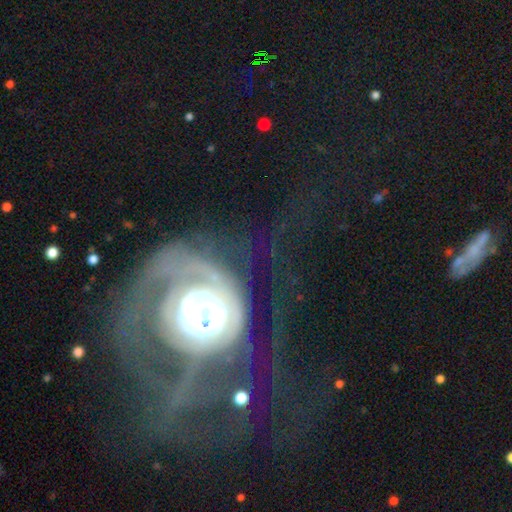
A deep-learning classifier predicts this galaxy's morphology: featured or disk 58%, star or artifact 26%, smooth 16%. Down the decision tree: edge-on disk — no (92%); bar — no (76%); spiral arms — yes (61%); bulge size — large (37%); merging — none (41%).